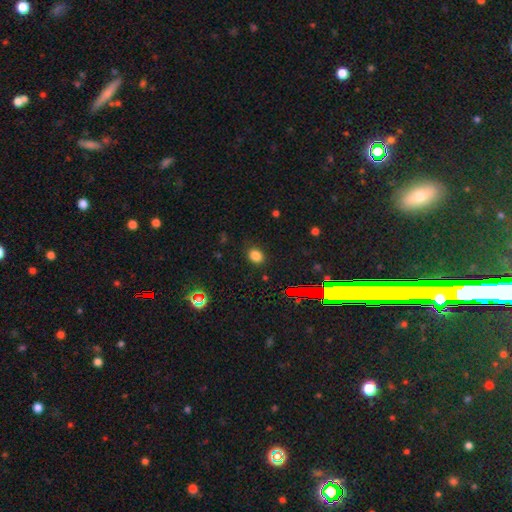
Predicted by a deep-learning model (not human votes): Smooth or featured: smooth — 79% (star or artifact — 16%)
How rounded: round — 53% (in between — 45%)
Merging: none — 86% (minor disturbance — 10%)